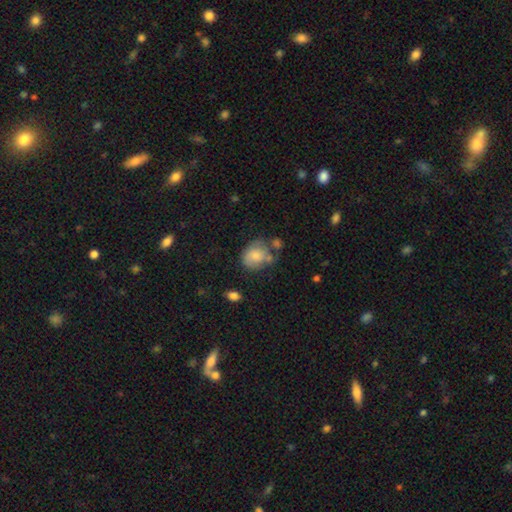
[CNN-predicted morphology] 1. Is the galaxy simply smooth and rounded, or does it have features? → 72% smooth, 20% featured or disk, 8% star or artifact.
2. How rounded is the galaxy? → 57% round, 42% in between, 1% cigar-shaped.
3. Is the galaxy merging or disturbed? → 42% none, 28% minor disturbance, 15% major disturbance, 15% merger.